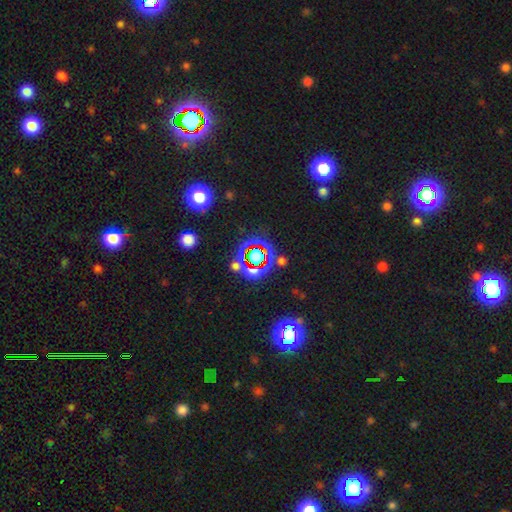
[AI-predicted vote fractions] A star or artifact, not a galaxy (67%).

Vote fractions:
- Smooth or featured? star or artifact: 67% / smooth: 22% / featured or disk: 11%